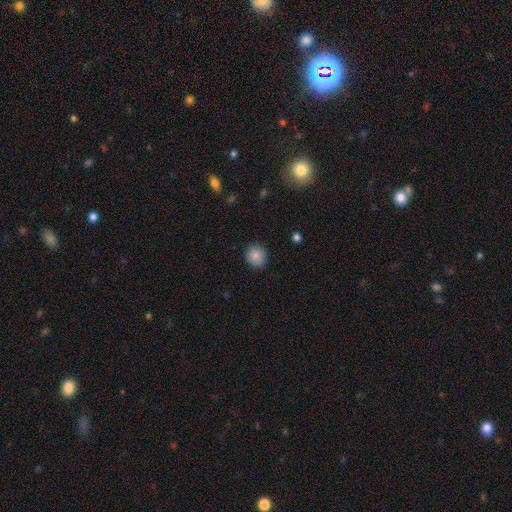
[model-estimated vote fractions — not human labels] This appears to be a smooth galaxy with no disk features (86%) that is round (86%). Merging: none (89%).